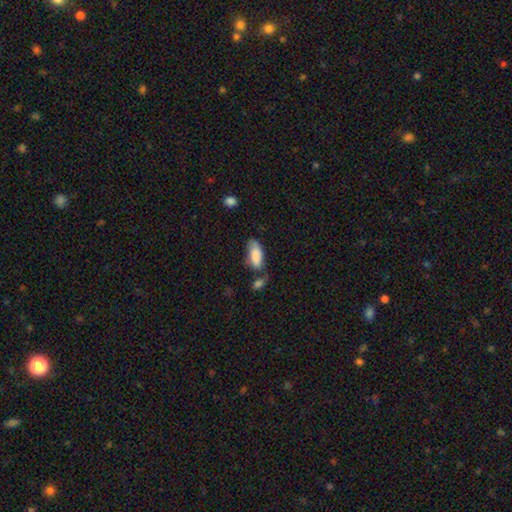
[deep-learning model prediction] A smooth galaxy with no disk features (82%) that is in between round and cigar-shaped (90%). Merging: none (41%).